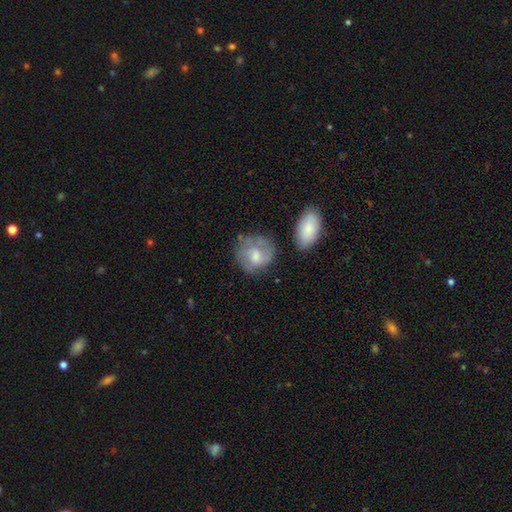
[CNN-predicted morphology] smooth_or_featured: smooth (p=0.52) [alt: featured or disk p=0.41]
how_rounded: round (p=0.71) [alt: in between p=0.28]
merging: none (p=0.58) [alt: minor disturbance p=0.24]